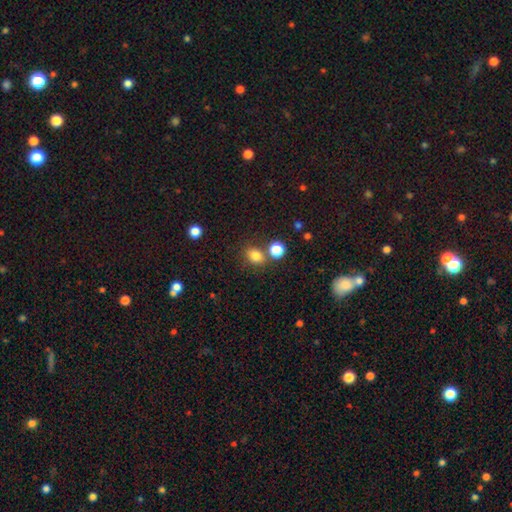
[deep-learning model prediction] This appears to be a smooth galaxy with no disk features (80%) that is round (55%). Merging: none (68%).